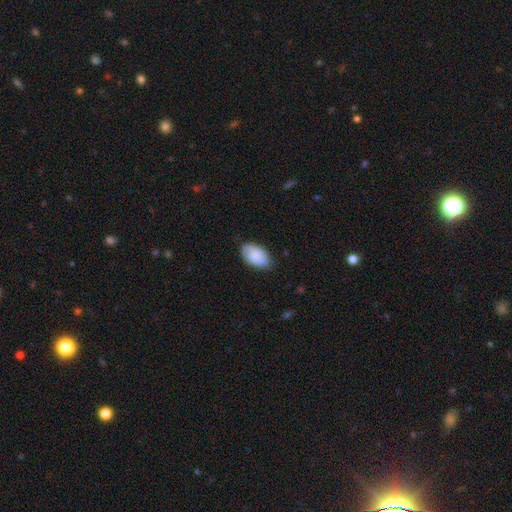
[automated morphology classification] Smooth or featured? Predicted: smooth (p=0.76). How rounded? Predicted: in between (p=0.94). Merging? Predicted: none (p=0.78).